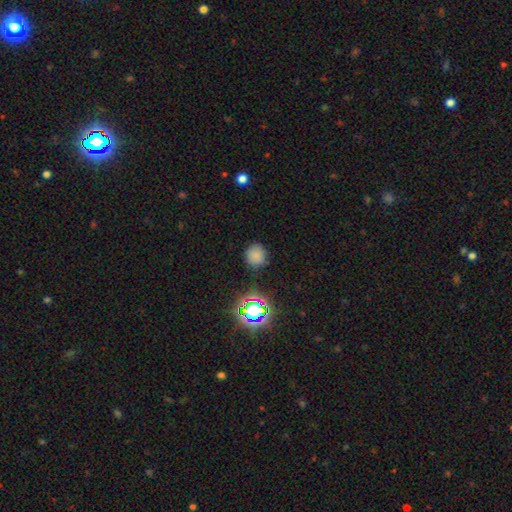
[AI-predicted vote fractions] Smooth or featured?
  - smooth: 75% *
  - star or artifact: 20%
  - featured or disk: 6%
How rounded?
  - round: 89% *
  - in between: 10%
  - cigar-shaped: 1%
Merging?
  - none: 84% *
  - minor disturbance: 10%
  - major disturbance: 3%
  - merger: 2%